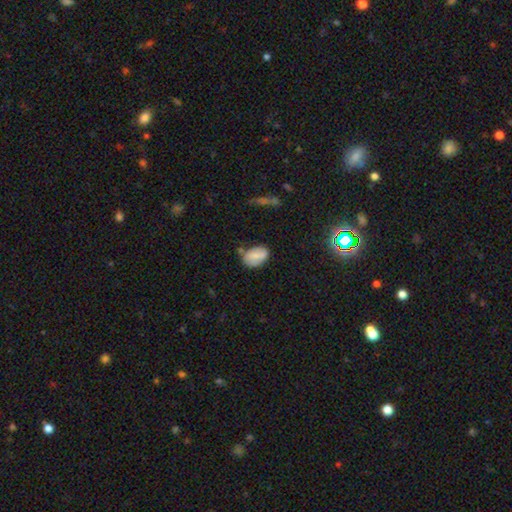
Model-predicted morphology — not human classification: type=smooth (72%); roundness=in between (88%); merging=none (62%).